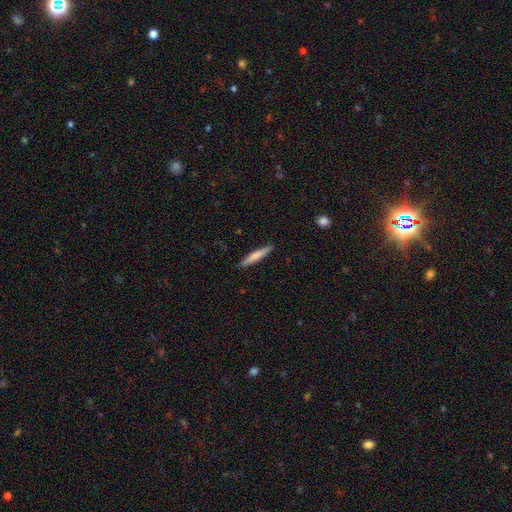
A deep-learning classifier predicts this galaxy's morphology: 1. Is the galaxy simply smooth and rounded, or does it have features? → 72% smooth, 23% featured or disk, 5% star or artifact.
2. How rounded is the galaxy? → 93% cigar-shaped, 6% in between, 1% round.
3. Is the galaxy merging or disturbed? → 90% none, 7% minor disturbance, 1% major disturbance, 1% merger.